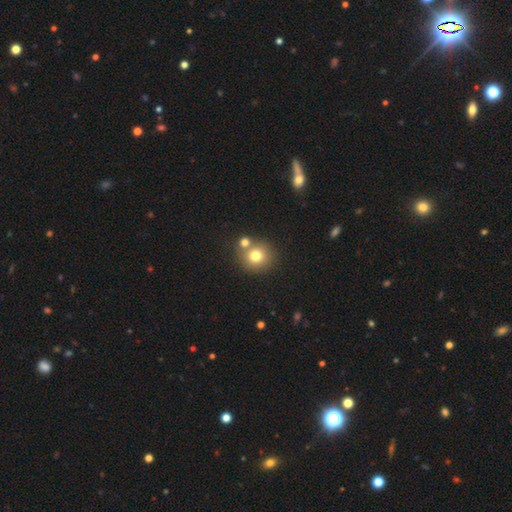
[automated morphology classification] Smooth or featured? Predicted: smooth (p=0.76). How rounded? Predicted: round (p=0.88). Merging? Predicted: none (p=0.64).